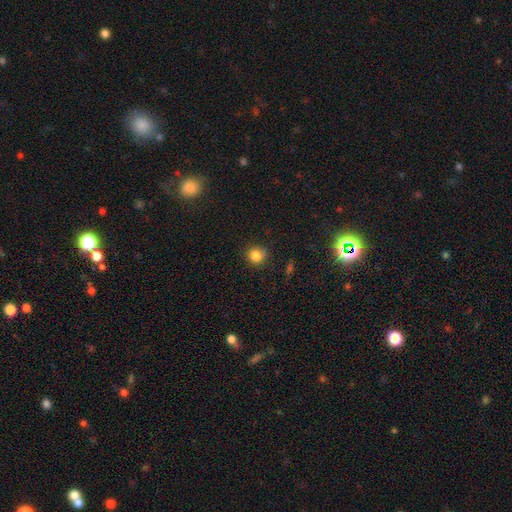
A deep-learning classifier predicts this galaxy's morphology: Smooth or featured? smooth (83%)
How rounded? round (88%)
Merging? none (84%)